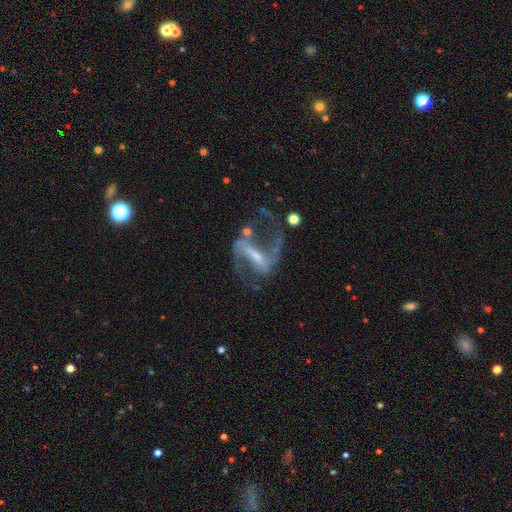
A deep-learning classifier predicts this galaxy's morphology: A featured or disk galaxy (87%) with a strong bar (62%), 2 (90%) loose (61%) spiral arms (93%) and a small central bulge (49%).

Vote fractions:
- Smooth or featured? featured or disk: 87% / star or artifact: 7% / smooth: 6%
- Edge-on disk? no: 95% / yes: 5%
- Bar? strong: 62% / weak: 29% / no: 9%
- Spiral arms? yes: 93% / no: 7%
- Spiral winding? loose: 61% / medium: 33% / tight: 7%
- Spiral arm count? 2: 90% / 1: 4% / can't tell: 3% / 3: 1% / 4: 1% / more than 4: 1%
- Bulge size? small: 49% / moderate: 25% / none: 21% / large: 4% / dominant: 1%
- Merging? none: 54% / major disturbance: 24% / minor disturbance: 15% / merger: 6%